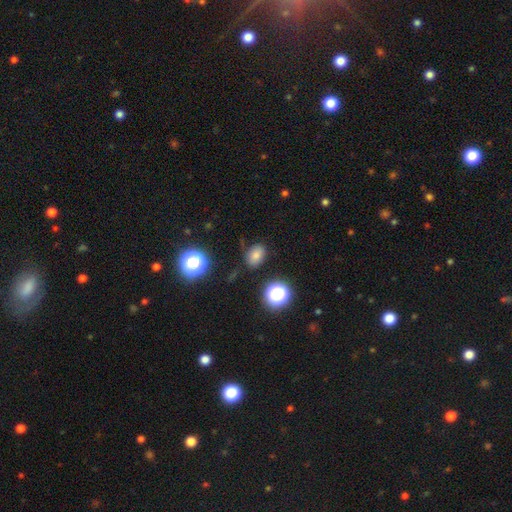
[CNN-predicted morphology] A smooth galaxy with no disk features (75%) that is in between round and cigar-shaped (69%). Merging: none (79%).